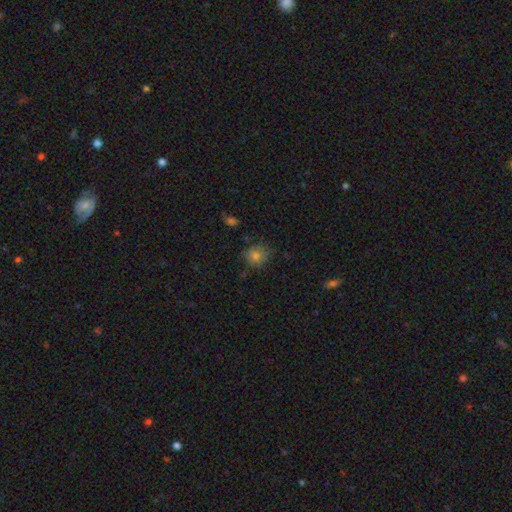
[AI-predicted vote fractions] Q: Smooth or featured?
A: smooth (79%); runner-up: star or artifact (12%)
Q: How rounded?
A: round (74%); runner-up: in between (25%)
Q: Merging?
A: none (72%); runner-up: minor disturbance (21%)